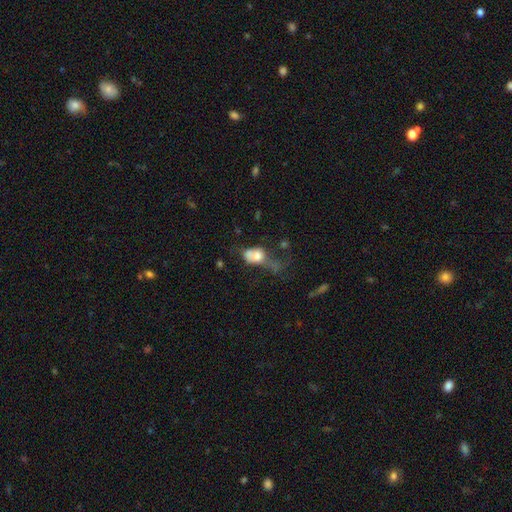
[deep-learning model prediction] smooth 61%, featured or disk 27%, star or artifact 11%. Down the decision tree: how rounded — in between (64%); merging — major disturbance (41%).